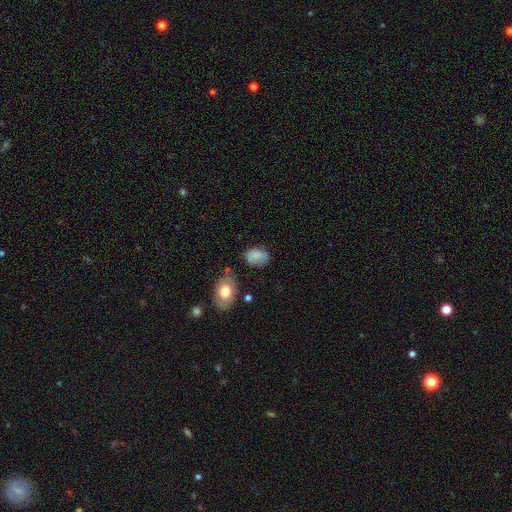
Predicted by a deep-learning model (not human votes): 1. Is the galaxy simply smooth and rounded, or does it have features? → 79% smooth, 12% featured or disk, 9% star or artifact.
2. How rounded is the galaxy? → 76% in between, 23% round, 1% cigar-shaped.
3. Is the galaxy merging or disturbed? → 55% none, 29% minor disturbance, 10% major disturbance, 6% merger.